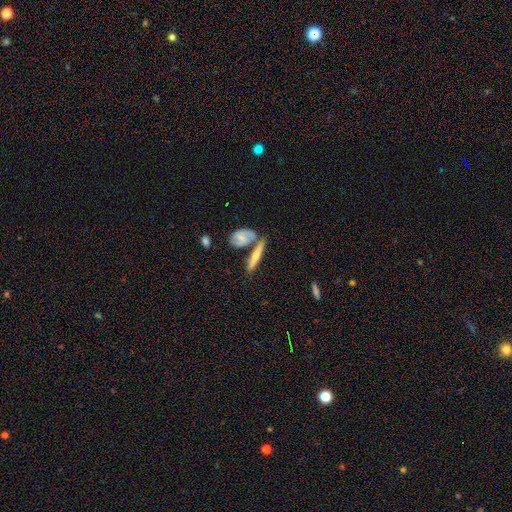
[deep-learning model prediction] The model was most divided on "smooth or featured": smooth: 54%, featured or disk: 39%, star or artifact: 7%. More confident: how rounded — cigar-shaped (75%); merging — none (55%).